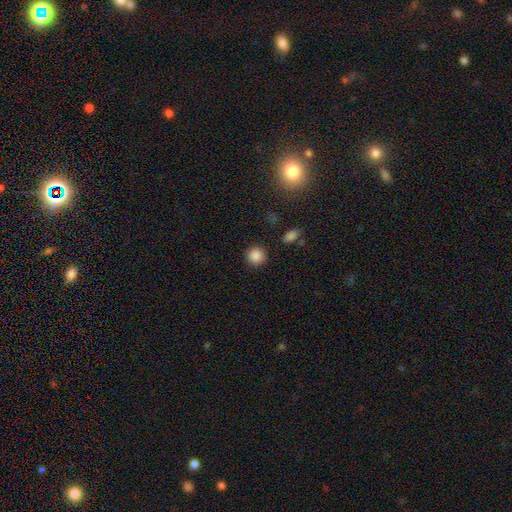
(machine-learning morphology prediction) smooth-or-featured: smooth: 87% | star or artifact: 10% | featured or disk: 3%
  how-rounded: round: 92% | in between: 7% | cigar-shaped: 1%
  merging: none: 89% | minor disturbance: 7% | major disturbance: 2% | merger: 2%